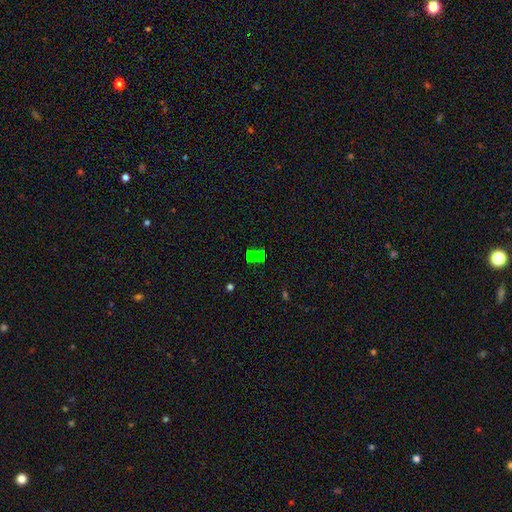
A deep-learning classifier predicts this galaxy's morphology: Q: Smooth or featured?
A: star or artifact (53%); runner-up: smooth (32%)